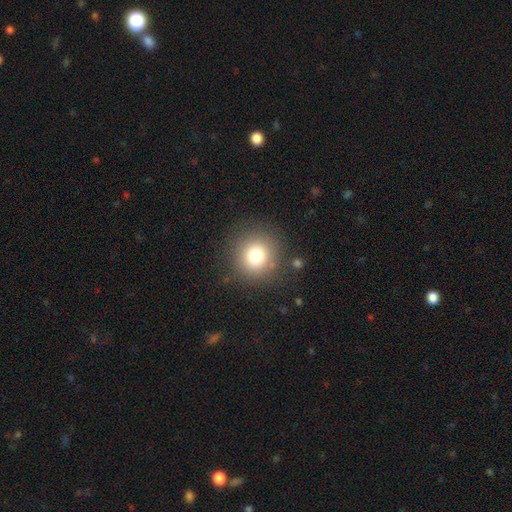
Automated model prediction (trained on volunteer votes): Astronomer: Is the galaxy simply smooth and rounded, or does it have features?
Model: smooth — 76%.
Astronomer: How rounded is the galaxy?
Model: round — 93%.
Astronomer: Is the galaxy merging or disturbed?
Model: none — 86%.